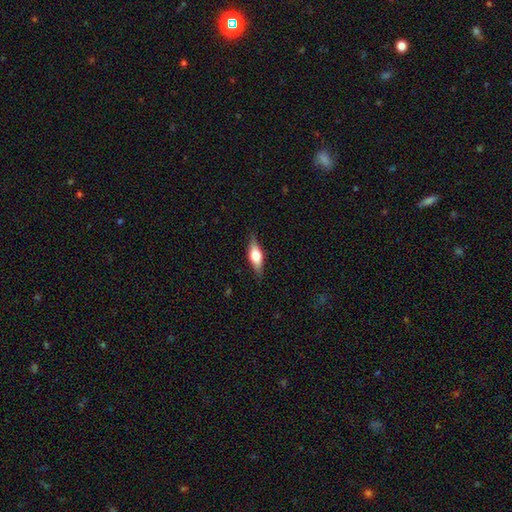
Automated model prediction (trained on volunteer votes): smooth_or_featured: smooth (p=0.51) [alt: featured or disk p=0.42]
how_rounded: in between (p=0.62) [alt: cigar-shaped p=0.34]
merging: none (p=0.83) [alt: minor disturbance p=0.13]